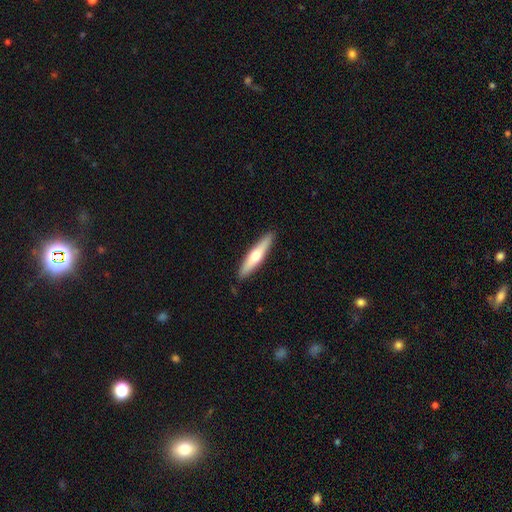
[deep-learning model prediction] The model was most divided on "smooth or featured": smooth: 49%, featured or disk: 46%, star or artifact: 5%. More confident: merging — none (90%).